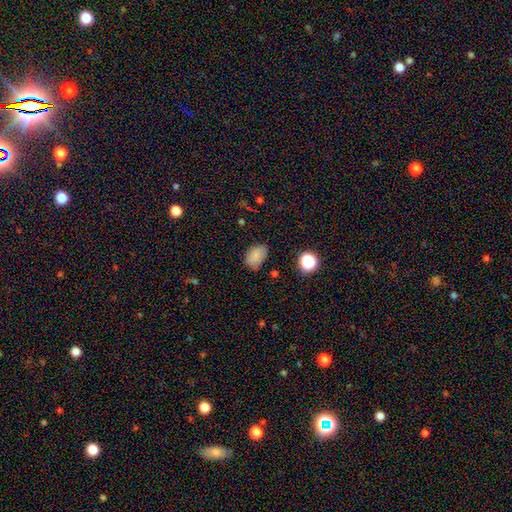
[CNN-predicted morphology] A smooth galaxy with no disk features (83%) that is in between round and cigar-shaped (86%). Merging: none (77%).